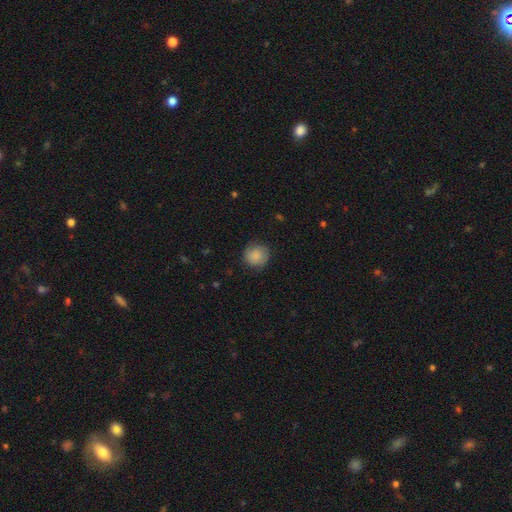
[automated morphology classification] The model was most divided on "merging": none: 78%, minor disturbance: 16%, major disturbance: 4%, merger: 1%. More confident: how rounded — round (90%); smooth or featured — smooth (79%).